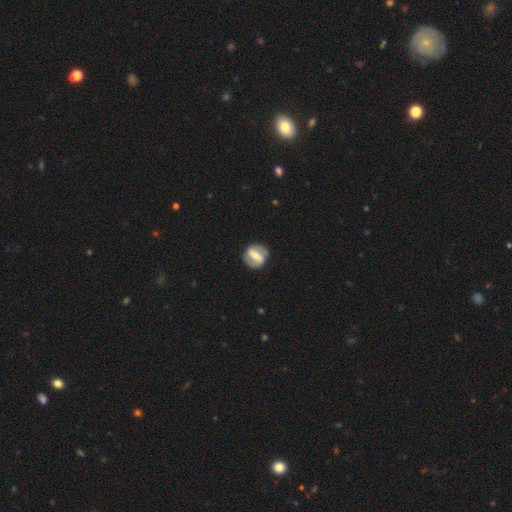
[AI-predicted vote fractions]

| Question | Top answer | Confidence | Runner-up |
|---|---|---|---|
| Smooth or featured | featured or disk | 73% | smooth (22%) |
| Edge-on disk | no | 95% | yes (5%) |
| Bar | strong | 67% | weak (25%) |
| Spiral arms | yes | 71% | no (29%) |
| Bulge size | moderate | 47% | small (37%) |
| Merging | none | 83% | minor disturbance (12%) |